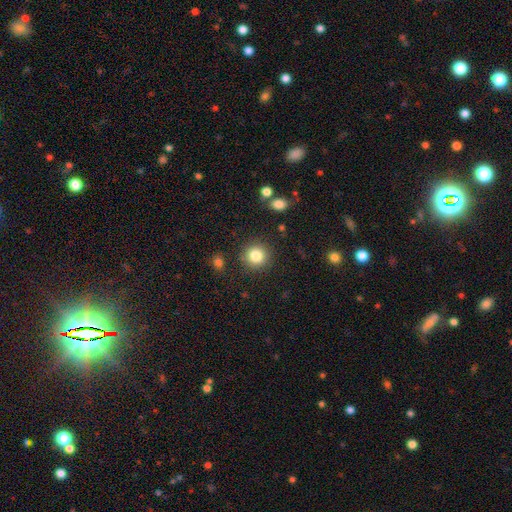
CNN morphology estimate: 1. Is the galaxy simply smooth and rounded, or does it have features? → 84% smooth, 10% star or artifact, 6% featured or disk.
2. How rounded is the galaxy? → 93% round, 6% in between, 1% cigar-shaped.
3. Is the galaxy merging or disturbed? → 87% none, 7% minor disturbance, 3% major disturbance, 2% merger.